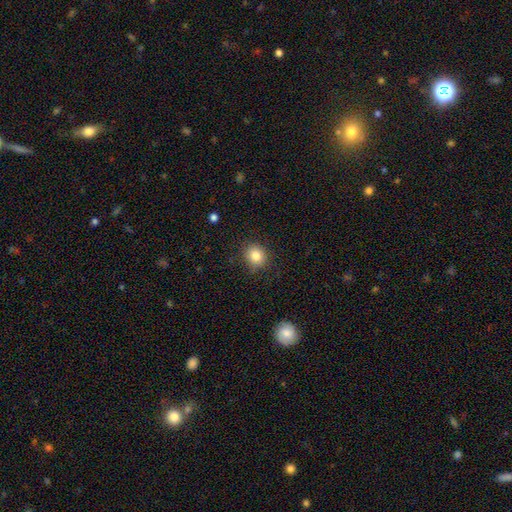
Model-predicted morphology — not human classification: smooth 83%, star or artifact 11%, featured or disk 6%. Down the decision tree: how rounded — round (81%); merging — none (85%).